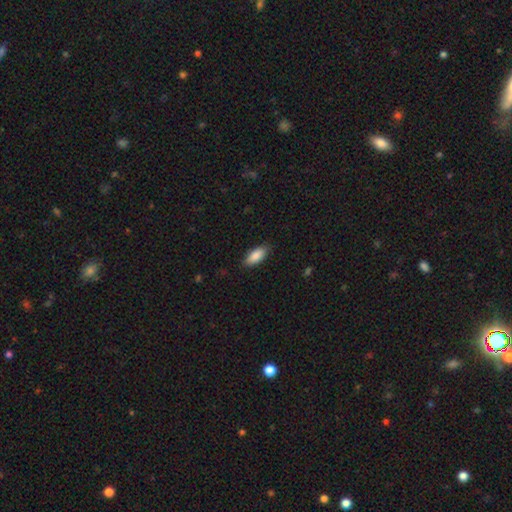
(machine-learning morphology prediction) Smooth or featured? Predicted: smooth (p=0.87). How rounded? Predicted: in between (p=0.84). Merging? Predicted: none (p=0.84).